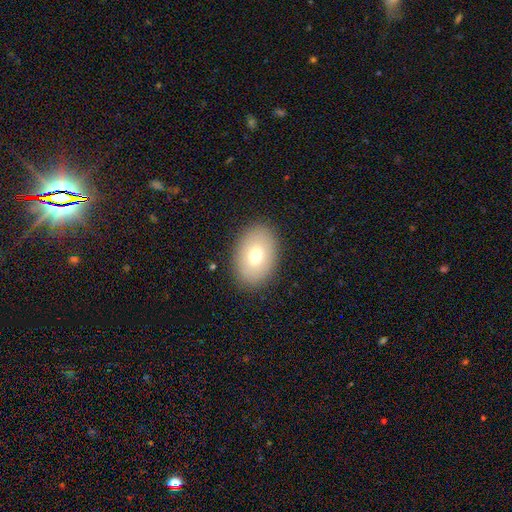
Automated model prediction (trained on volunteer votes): Smooth or featured? Predicted: smooth (p=0.73). How rounded? Predicted: in between (p=0.82). Merging? Predicted: none (p=0.88).